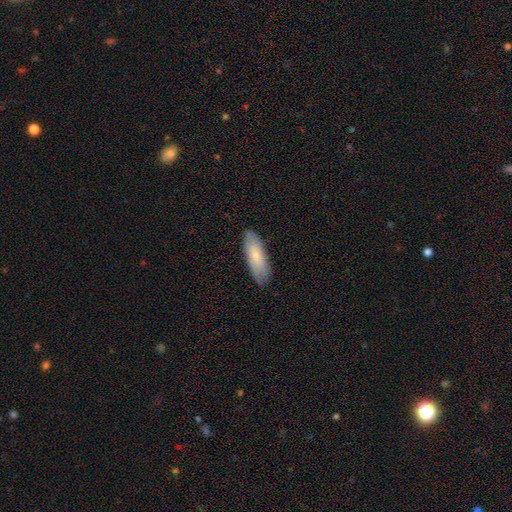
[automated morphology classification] smooth_or_featured: smooth (p=0.71) [alt: featured or disk p=0.23]
how_rounded: in between (p=0.55) [alt: cigar-shaped p=0.43]
merging: none (p=0.82) [alt: minor disturbance p=0.14]